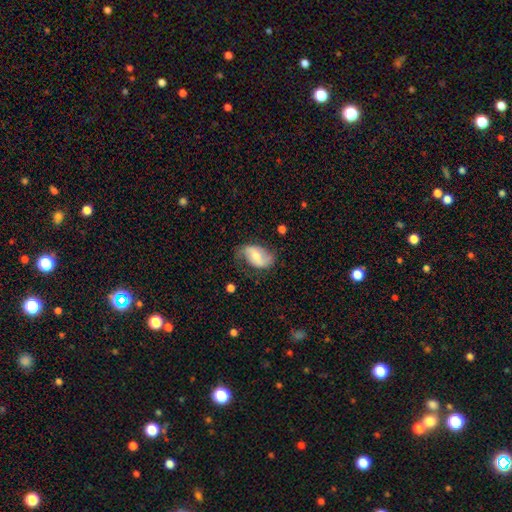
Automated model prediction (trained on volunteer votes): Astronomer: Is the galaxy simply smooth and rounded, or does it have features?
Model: featured or disk — 57% (runner-up: smooth, 36%).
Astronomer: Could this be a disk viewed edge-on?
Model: no — 95%.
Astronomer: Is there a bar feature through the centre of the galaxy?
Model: weak — 42% (runner-up: no, 36%).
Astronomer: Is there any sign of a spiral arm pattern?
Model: yes — 82%.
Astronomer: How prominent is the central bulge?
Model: moderate — 58%.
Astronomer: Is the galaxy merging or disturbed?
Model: none — 57%.